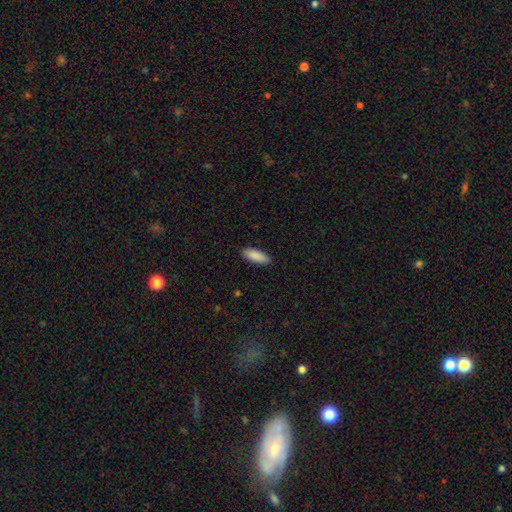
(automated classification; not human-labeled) This is clearly a smooth galaxy (90%). How rounded: likely in between (71%). Merging: clearly none (90%).